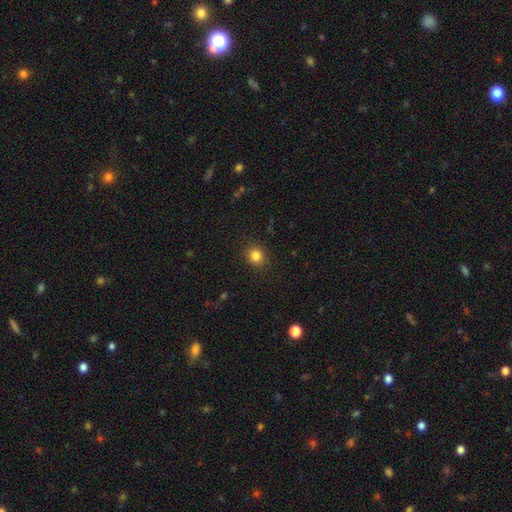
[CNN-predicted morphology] The model was most divided on "how rounded": round: 82%, in between: 17%, cigar-shaped: 1%. More confident: merging — none (89%); smooth or featured — smooth (83%).